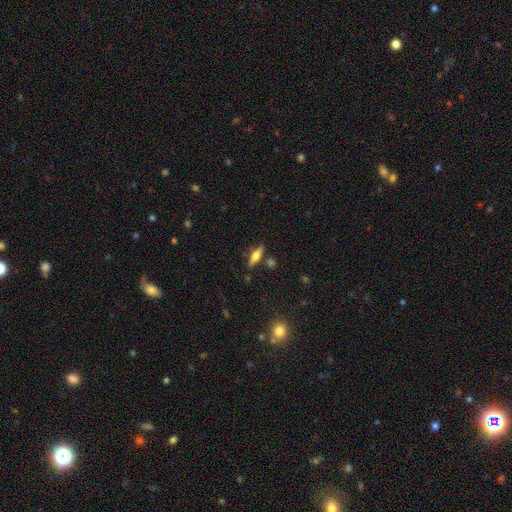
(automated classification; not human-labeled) featured or disk 49%, smooth 43%, star or artifact 8%. Down the decision tree: merging — none (81%).